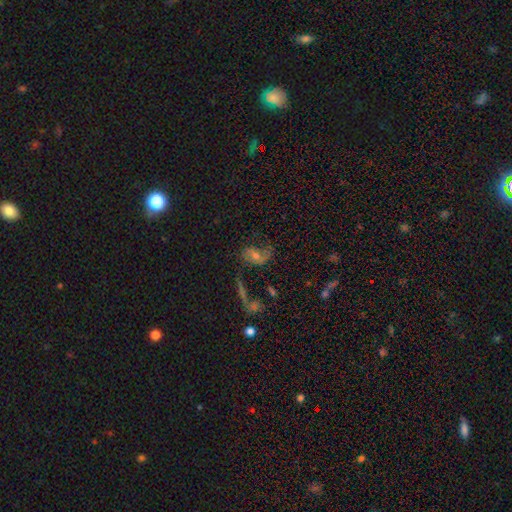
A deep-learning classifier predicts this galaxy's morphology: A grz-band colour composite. It shows a featured or disk galaxy (52%). Merging: none (50%).